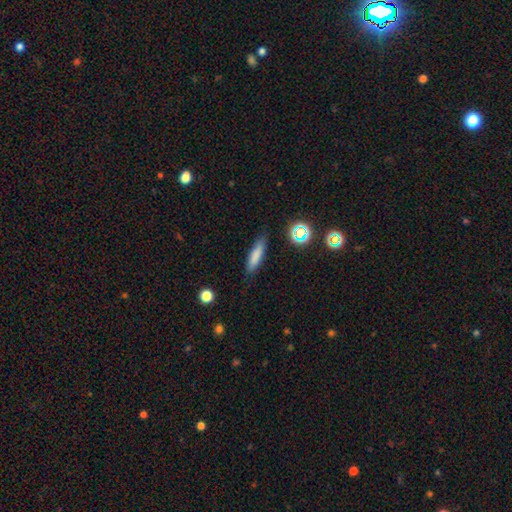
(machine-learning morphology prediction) A smooth galaxy with no disk features (78%) that is cigar-shaped (71%).

Vote fractions:
- Smooth or featured? smooth: 78% / featured or disk: 11% / star or artifact: 10%
- How rounded? cigar-shaped: 71% / in between: 27% / round: 2%
- Merging? none: 80% / minor disturbance: 15% / major disturbance: 3% / merger: 2%